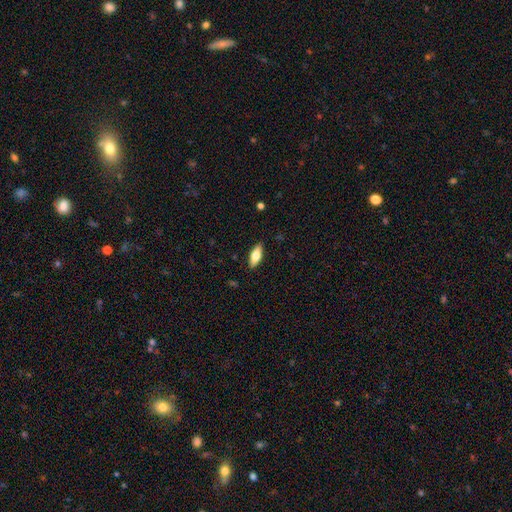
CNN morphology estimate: Smooth or featured? Predicted: smooth (p=0.67). How rounded? Predicted: in between (p=0.72). Merging? Predicted: none (p=0.88).